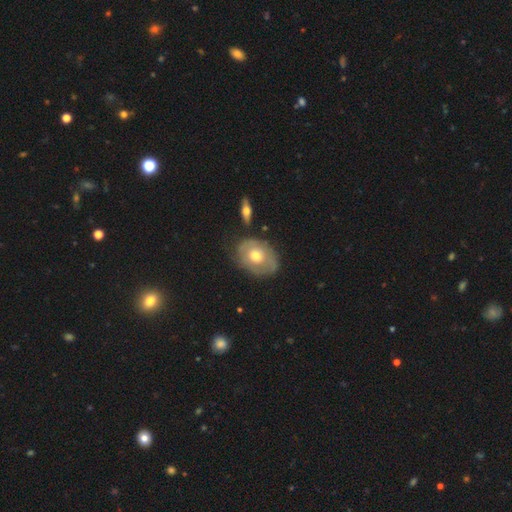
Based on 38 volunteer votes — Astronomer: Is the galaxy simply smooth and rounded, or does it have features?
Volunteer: featured or disk — 63%.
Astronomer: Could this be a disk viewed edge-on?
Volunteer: no — 75%.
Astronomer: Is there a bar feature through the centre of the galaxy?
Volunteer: no — 83%.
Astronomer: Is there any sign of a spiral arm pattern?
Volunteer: no — 83%.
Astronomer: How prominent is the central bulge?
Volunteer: moderate — 94%.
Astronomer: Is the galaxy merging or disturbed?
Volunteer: none — 77%.